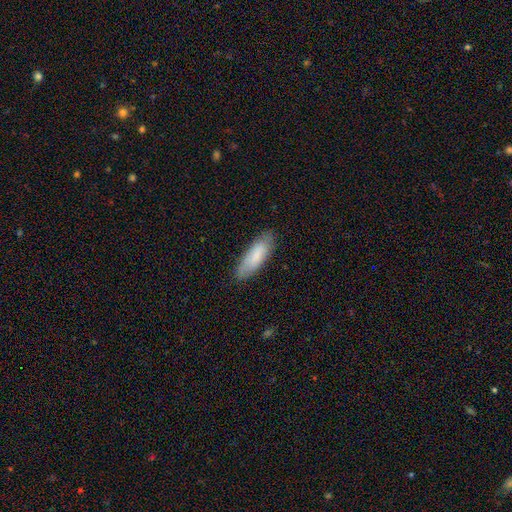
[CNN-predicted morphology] Overall: smooth (82%). How rounded: in between (58%; cigar-shaped 41%). Merging: none (81%).